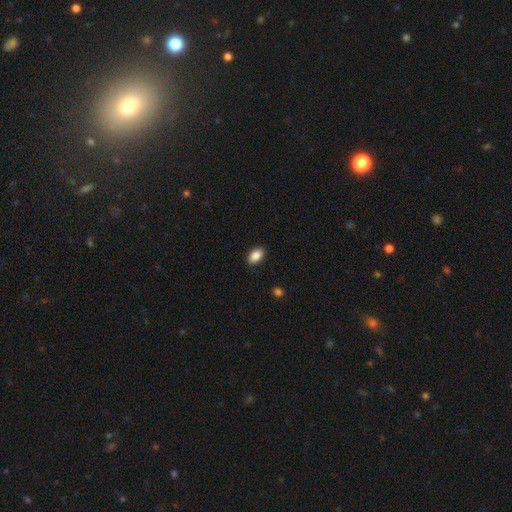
Morphology: type=smooth (89%); roundness=in between (91%); merging=none (97%).